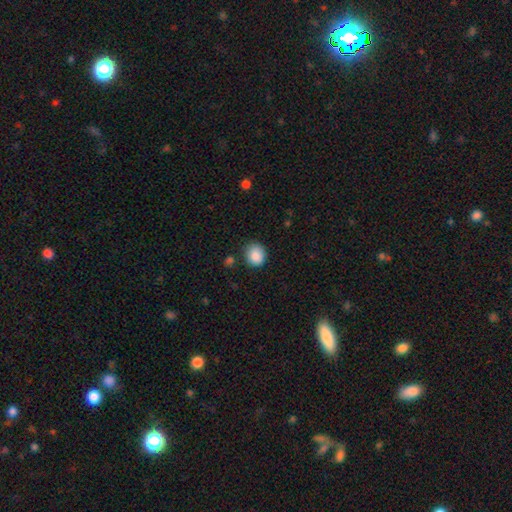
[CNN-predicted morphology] Smooth or featured? smooth (88%)
How rounded? round (75%)
Merging? none (75%)